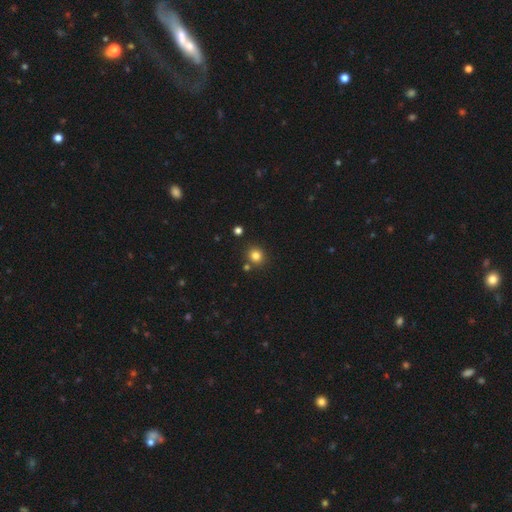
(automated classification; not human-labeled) Smooth or featured? smooth (81%)
How rounded? round (87%)
Merging? none (81%)